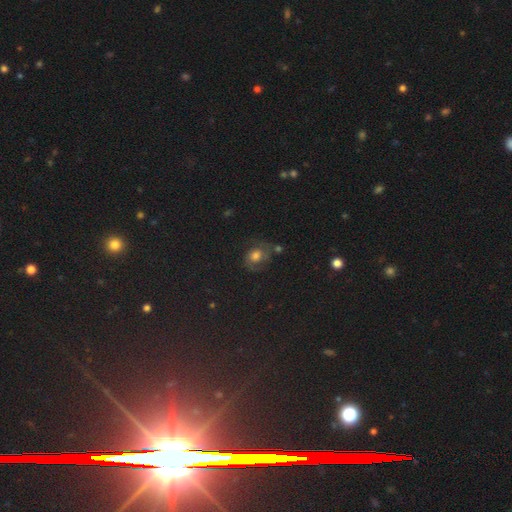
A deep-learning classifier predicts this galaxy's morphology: A smooth galaxy with no disk features (40%). Merging: none (54%).